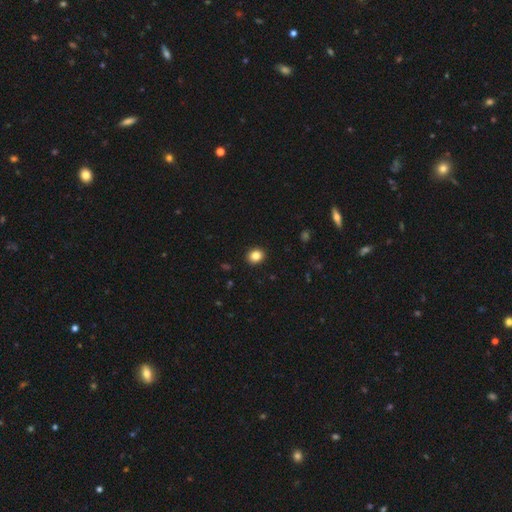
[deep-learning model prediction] A smooth galaxy with no disk features (84%) that is round (74%).

Vote fractions:
- Smooth or featured? smooth: 84% / star or artifact: 10% / featured or disk: 5%
- How rounded? round: 74% / in between: 25% / cigar-shaped: 1%
- Merging? none: 92% / minor disturbance: 5% / major disturbance: 2% / merger: 1%